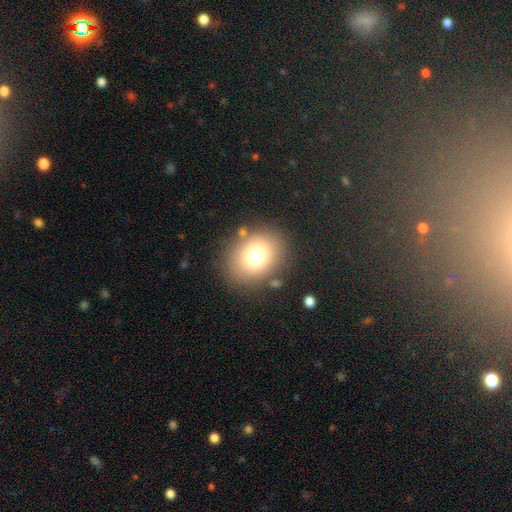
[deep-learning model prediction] Overall: smooth (77%). How rounded: round (55%; in between 44%). Merging: none (81%).